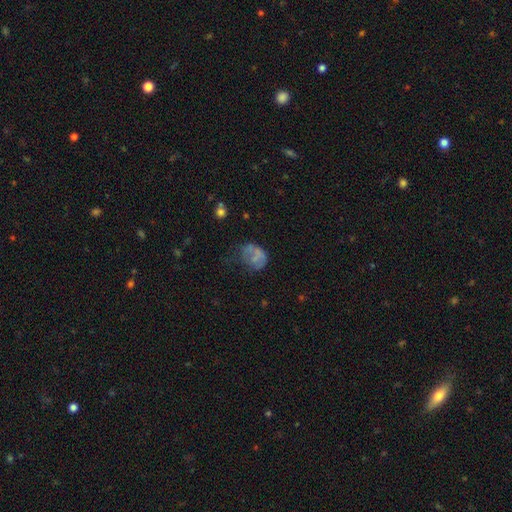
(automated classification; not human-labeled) This appears to be a smooth galaxy with no disk features (55%) that is in between round and cigar-shaped (55%). Merging: major disturbance (33%).